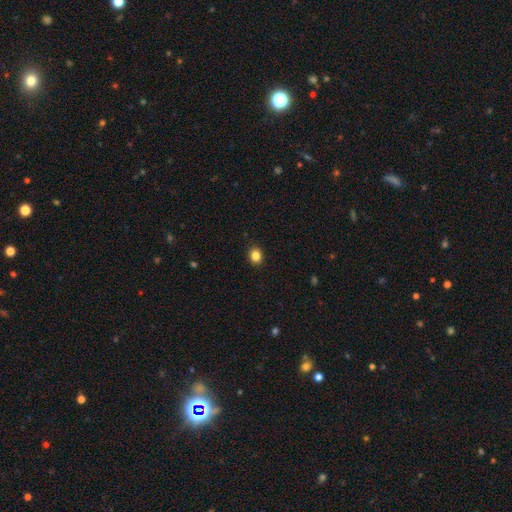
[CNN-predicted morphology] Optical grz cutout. It shows a smooth galaxy with no disk features (85%) that is round (67%). Merging: none (91%).